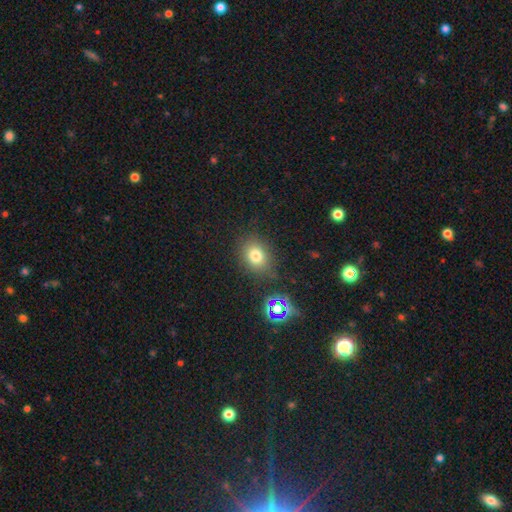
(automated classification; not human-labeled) Smooth or featured? Predicted: smooth (p=0.72). How rounded? Predicted: round (p=0.58). Merging? Predicted: none (p=0.80).